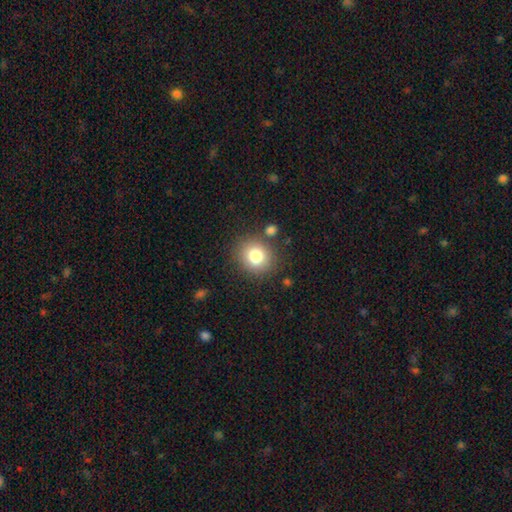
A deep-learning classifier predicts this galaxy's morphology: smooth-or-featured: smooth: 79% | star or artifact: 11% | featured or disk: 10%
  how-rounded: round: 80% | in between: 20% | cigar-shaped: 1%
  merging: none: 80% | minor disturbance: 10% | merger: 6% | major disturbance: 4%